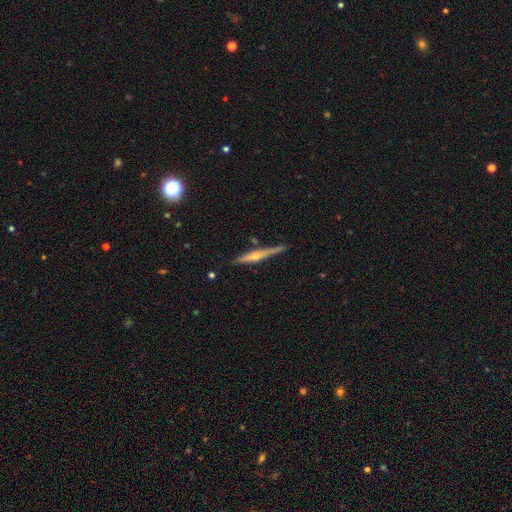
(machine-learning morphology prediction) A featured or disk galaxy (72%) viewed edge-on (98%) with a rounded central bulge (81%). Merging: none (83%).